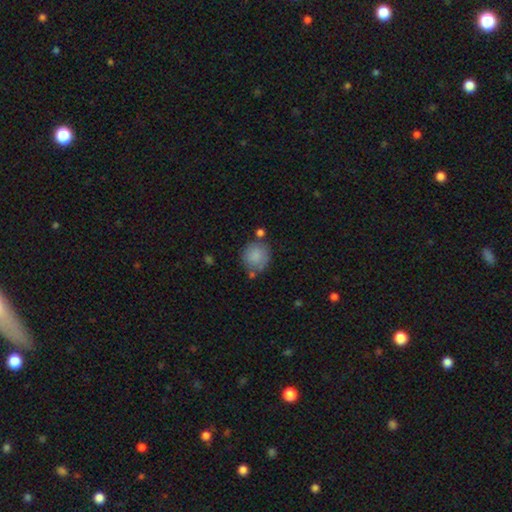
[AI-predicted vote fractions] Smooth or featured: smooth — 84% (featured or disk — 8%)
How rounded: round — 89% (in between — 10%)
Merging: none — 67% (minor disturbance — 17%)